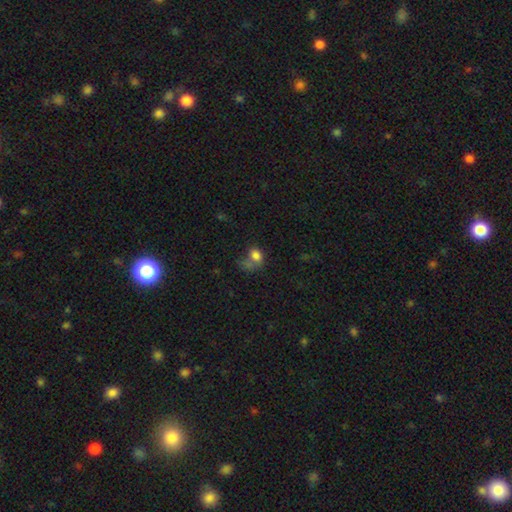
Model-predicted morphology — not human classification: smooth 76%, featured or disk 12%, star or artifact 11%. Down the decision tree: how rounded — in between (60%); merging — merger (34%).